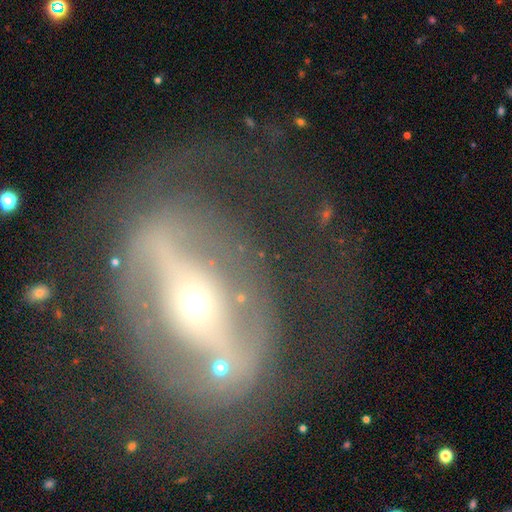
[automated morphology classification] type=featured or disk (77%); edge-on=no (89%); bar=strong (59%); spiral arms=no (58%); bulge=small (65%); merging=none (59%).